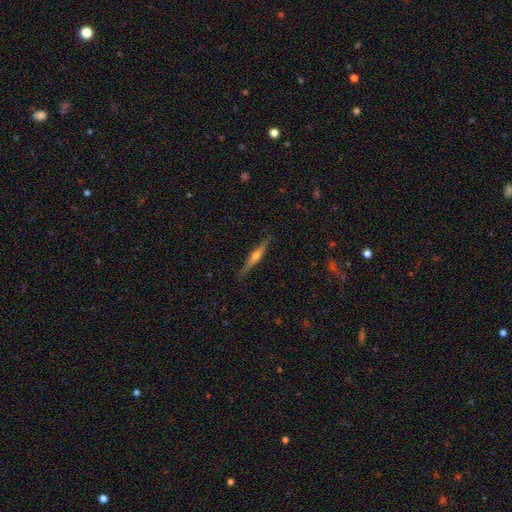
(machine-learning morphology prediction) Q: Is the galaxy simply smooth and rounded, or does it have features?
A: featured or disk — 72%.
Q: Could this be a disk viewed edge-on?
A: yes — 97%.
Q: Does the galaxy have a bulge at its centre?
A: rounded — 89%.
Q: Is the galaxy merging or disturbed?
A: none — 89%.